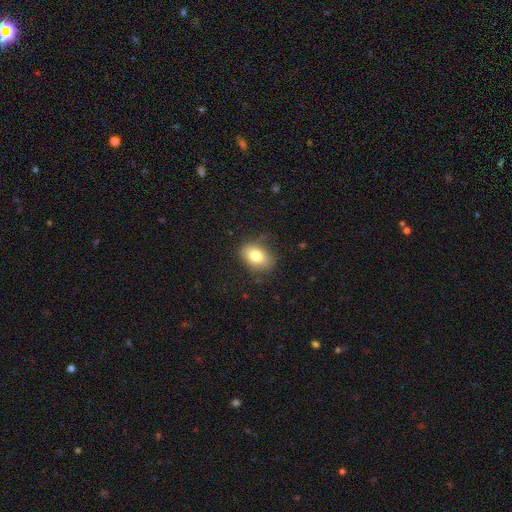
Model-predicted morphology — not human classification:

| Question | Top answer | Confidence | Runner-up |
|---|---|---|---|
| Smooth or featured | smooth | 78% | featured or disk (13%) |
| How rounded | in between | 74% | round (25%) |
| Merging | none | 76% | minor disturbance (18%) |